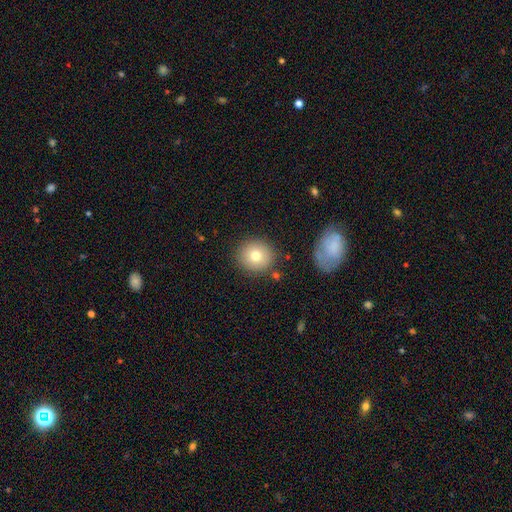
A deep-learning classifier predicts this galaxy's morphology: smooth-or-featured: smooth: 77% | featured or disk: 13% | star or artifact: 10%
  how-rounded: round: 88% | in between: 11% | cigar-shaped: 1%
  merging: none: 85% | minor disturbance: 9% | merger: 3% | major disturbance: 3%